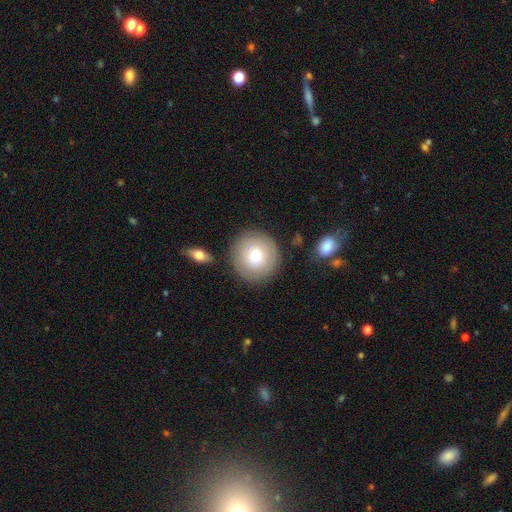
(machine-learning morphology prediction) Smooth or featured? Predicted: smooth (p=0.72). How rounded? Predicted: round (p=0.93). Merging? Predicted: none (p=0.85).